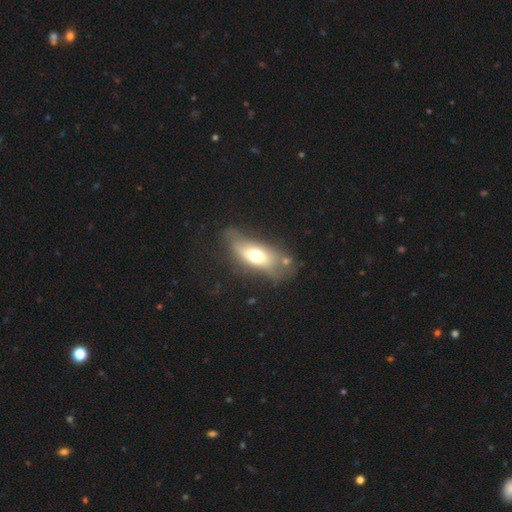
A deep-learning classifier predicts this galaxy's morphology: smooth-or-featured: smooth: 57% | featured or disk: 34% | star or artifact: 8%
  how-rounded: in between: 75% | cigar-shaped: 20% | round: 5%
  merging: none: 51% | minor disturbance: 26% | major disturbance: 15% | merger: 8%